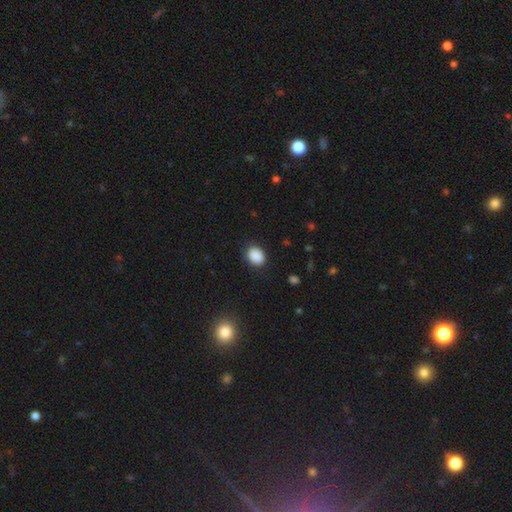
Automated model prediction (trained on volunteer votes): smooth-or-featured: smooth: 88% | star or artifact: 8% | featured or disk: 3%
  how-rounded: in between: 60% | round: 39% | cigar-shaped: 1%
  merging: none: 85% | minor disturbance: 11% | major disturbance: 3% | merger: 1%